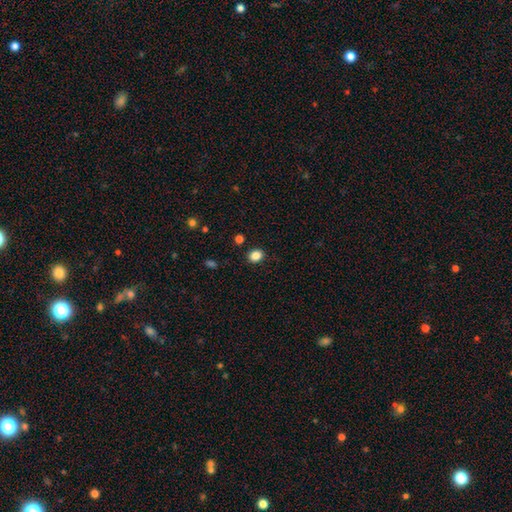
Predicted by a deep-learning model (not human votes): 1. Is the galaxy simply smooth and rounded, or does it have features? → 85% smooth, 11% star or artifact, 4% featured or disk.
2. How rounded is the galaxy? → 55% round, 44% in between, 1% cigar-shaped.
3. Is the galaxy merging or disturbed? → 89% none, 8% minor disturbance, 2% major disturbance, 2% merger.